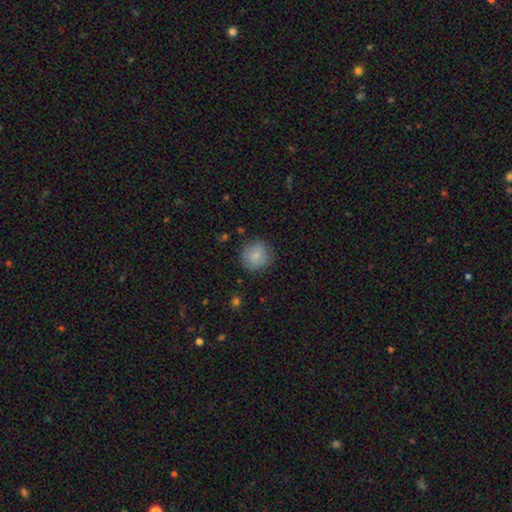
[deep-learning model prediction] Smooth or featured: smooth — 82% (featured or disk — 10%)
How rounded: round — 90% (in between — 9%)
Merging: none — 79% (minor disturbance — 15%)